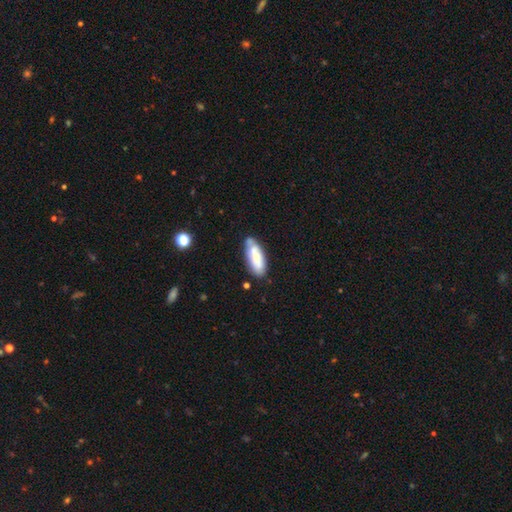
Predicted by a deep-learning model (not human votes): smooth-or-featured: smooth: 56% | featured or disk: 38% | star or artifact: 6%
  how-rounded: in between: 74% | cigar-shaped: 24% | round: 2%
  merging: none: 67% | minor disturbance: 21% | merger: 7% | major disturbance: 5%